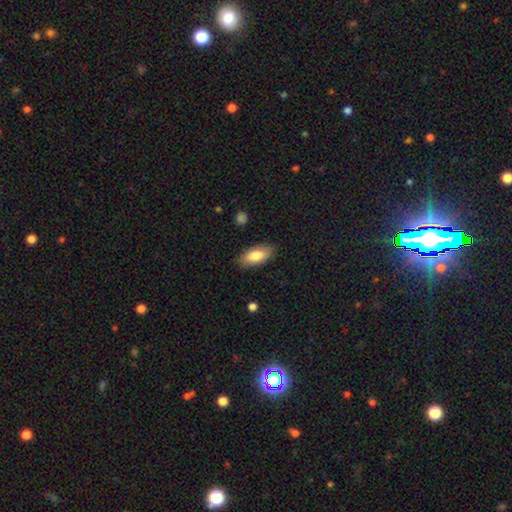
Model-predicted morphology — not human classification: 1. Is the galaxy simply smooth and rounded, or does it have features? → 81% smooth, 13% featured or disk, 6% star or artifact.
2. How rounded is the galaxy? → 87% in between, 10% cigar-shaped, 2% round.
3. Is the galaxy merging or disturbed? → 86% none, 10% minor disturbance, 2% major disturbance, 1% merger.